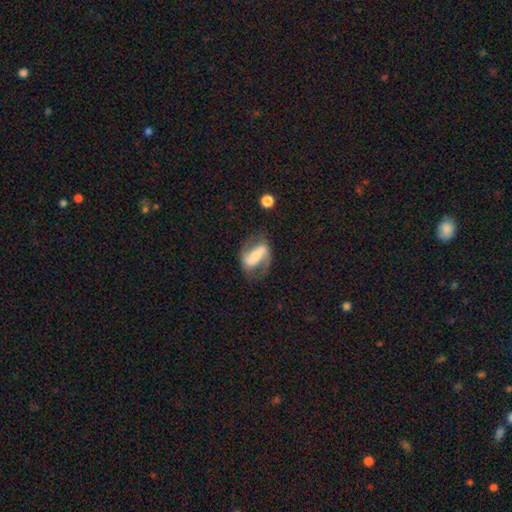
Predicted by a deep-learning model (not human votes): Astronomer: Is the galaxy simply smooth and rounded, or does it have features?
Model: featured or disk — 75%.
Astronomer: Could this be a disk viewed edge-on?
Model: no — 94%.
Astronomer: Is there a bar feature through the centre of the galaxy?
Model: strong — 60%.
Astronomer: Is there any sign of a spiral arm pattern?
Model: yes — 86%.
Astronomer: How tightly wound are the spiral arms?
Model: medium — 44% (runner-up: loose, 37%).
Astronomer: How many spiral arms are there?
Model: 2 — 85%.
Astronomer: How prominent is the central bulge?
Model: small — 43% (runner-up: moderate, 37%).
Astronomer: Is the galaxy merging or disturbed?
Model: none — 64%.